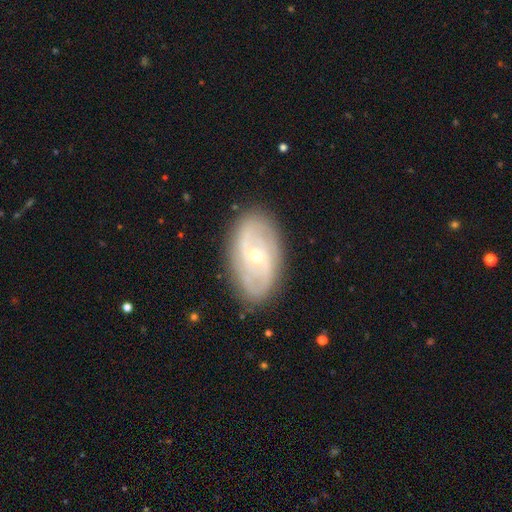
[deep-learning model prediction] A featured or disk galaxy (79%) with a weak bar (43%), 2 (56%) tight (46%) spiral arms (87%) and a small central bulge (61%).

Vote fractions:
- Smooth or featured? featured or disk: 79% / smooth: 15% / star or artifact: 6%
- Edge-on disk? no: 94% / yes: 6%
- Bar? weak: 43% / no: 42% / strong: 15%
- Spiral arms? yes: 87% / no: 13%
- Spiral winding? tight: 46% / medium: 39% / loose: 15%
- Spiral arm count? 2: 56% / can't tell: 23% / 3: 10% / 4: 4% / 1: 3% / more than 4: 3%
- Bulge size? small: 61% / moderate: 37% / large: 1% / none: 1% / dominant: 1%
- Merging? none: 83% / minor disturbance: 12% / major disturbance: 4% / merger: 1%